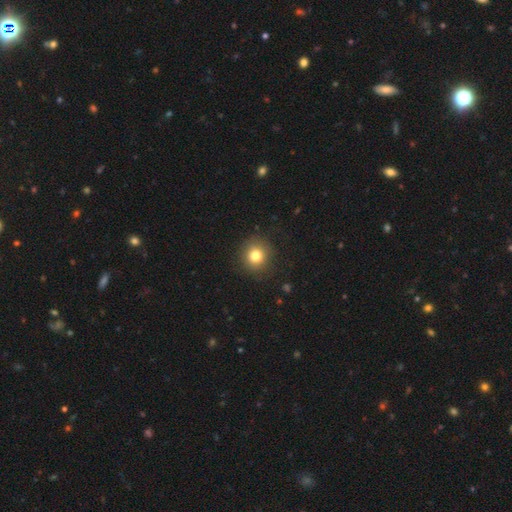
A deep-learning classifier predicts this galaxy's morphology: Overall: smooth (79%). How rounded: round (91%). Merging: none (89%).